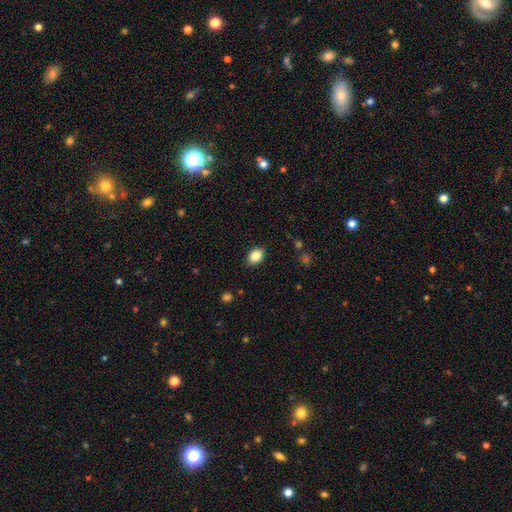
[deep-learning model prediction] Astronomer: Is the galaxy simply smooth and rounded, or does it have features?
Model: smooth — 85%.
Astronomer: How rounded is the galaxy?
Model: in between — 74%.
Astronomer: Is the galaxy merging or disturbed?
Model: none — 85%.